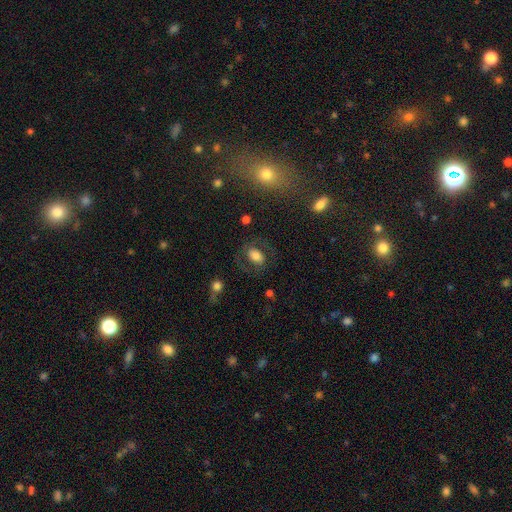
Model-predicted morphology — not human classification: This appears to be a smooth galaxy with no disk features (60%) that is in between round and cigar-shaped (76%). Merging: none (71%).